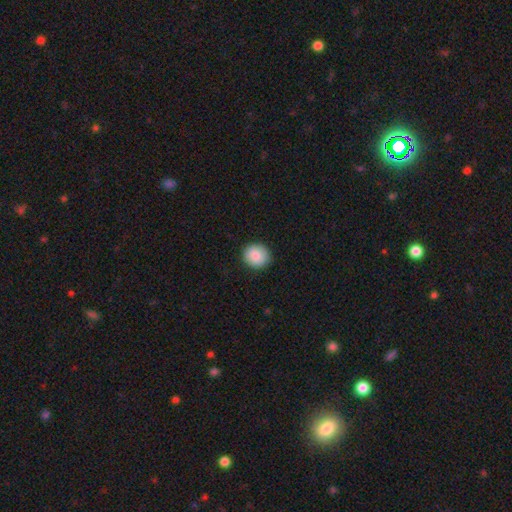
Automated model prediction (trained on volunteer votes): This is clearly a smooth galaxy (86%). How rounded: clearly round (90%). Merging: clearly none (91%).